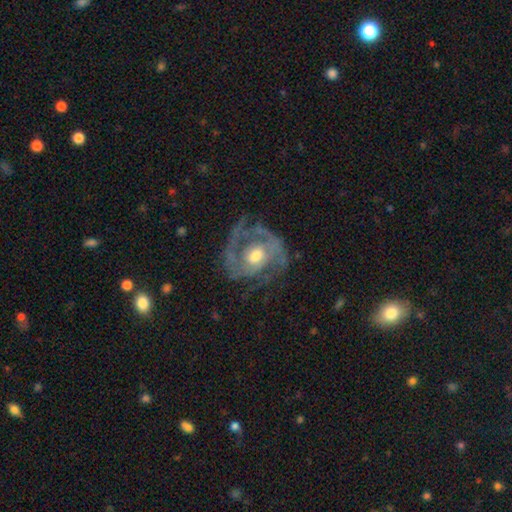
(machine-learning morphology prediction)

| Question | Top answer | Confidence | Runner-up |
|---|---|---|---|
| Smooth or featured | featured or disk | 84% | smooth (10%) |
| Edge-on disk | no | 97% | yes (3%) |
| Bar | no | 64% | weak (29%) |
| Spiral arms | yes | 89% | no (11%) |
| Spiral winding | tight | 43% | medium (42%) |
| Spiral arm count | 2 | 44% | can't tell (23%) |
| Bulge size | moderate | 70% | small (16%) |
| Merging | none | 60% | minor disturbance (20%) |